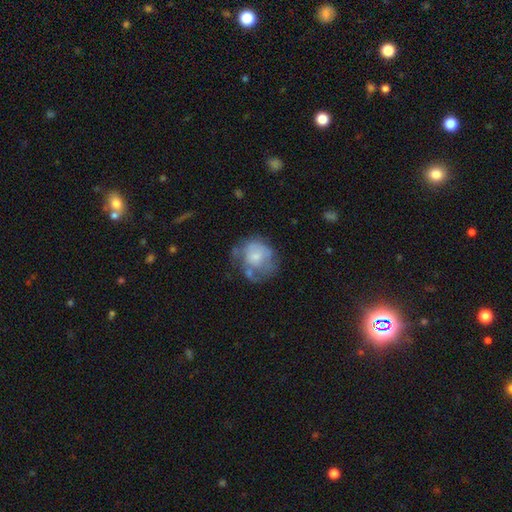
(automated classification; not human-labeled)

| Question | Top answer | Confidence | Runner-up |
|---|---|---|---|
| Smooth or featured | smooth | 52% | featured or disk (40%) |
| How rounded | round | 73% | in between (26%) |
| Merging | none | 37% | minor disturbance (27%) |